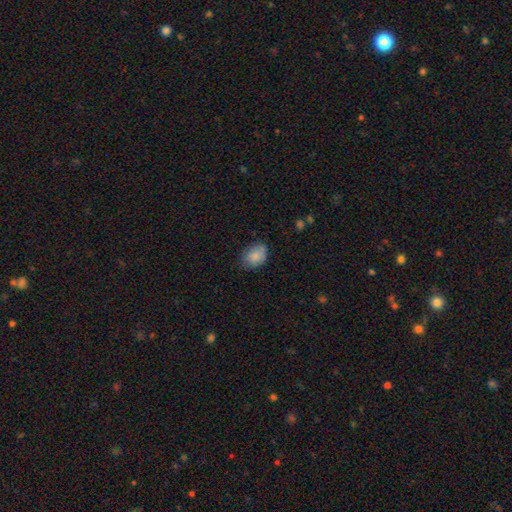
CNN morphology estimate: A smooth galaxy with no disk features (86%) that is in between round and cigar-shaped (75%). Merging: none (69%).